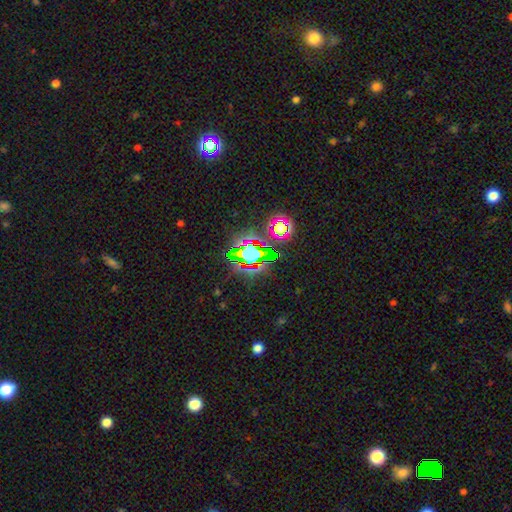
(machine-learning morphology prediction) Smooth or featured? Predicted: star or artifact (p=0.63).